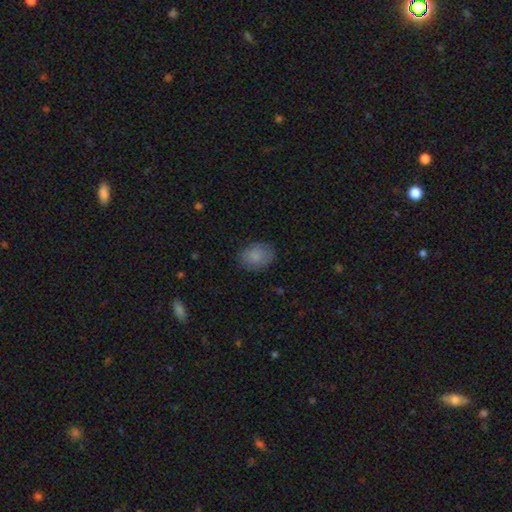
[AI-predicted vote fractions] Smooth or featured?
  - smooth: 85% *
  - featured or disk: 8%
  - star or artifact: 7%
How rounded?
  - in between: 63% *
  - round: 36%
  - cigar-shaped: 1%
Merging?
  - none: 81% *
  - minor disturbance: 15%
  - major disturbance: 4%
  - merger: 1%